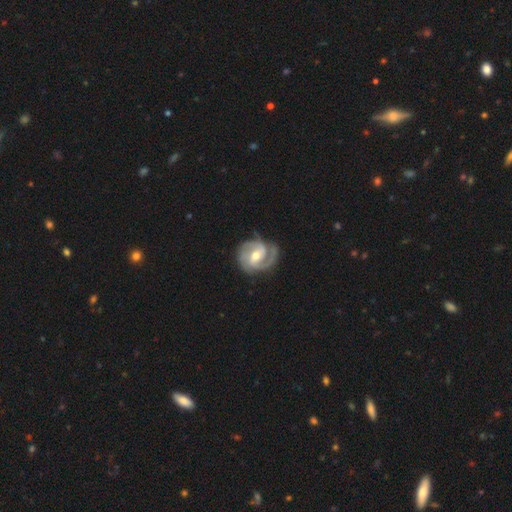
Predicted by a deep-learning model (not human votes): The model was most divided on "spiral winding": tight: 49%, medium: 42%, loose: 9%. More confident: edge-on disk — no (98%); spiral arms — yes (97%); smooth or featured — featured or disk (90%); merging — none (72%); bulge size — moderate (65%); spiral arm count — 2 (56%); bar — weak (51%).